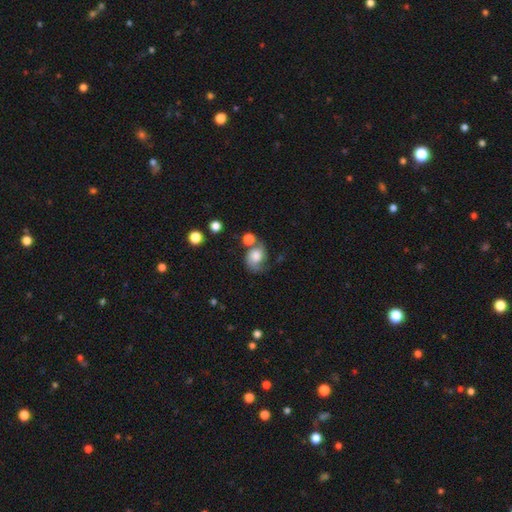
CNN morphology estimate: Overall: smooth (45%, tied with featured or disk). Merging: none (41%; minor disturbance 24%).